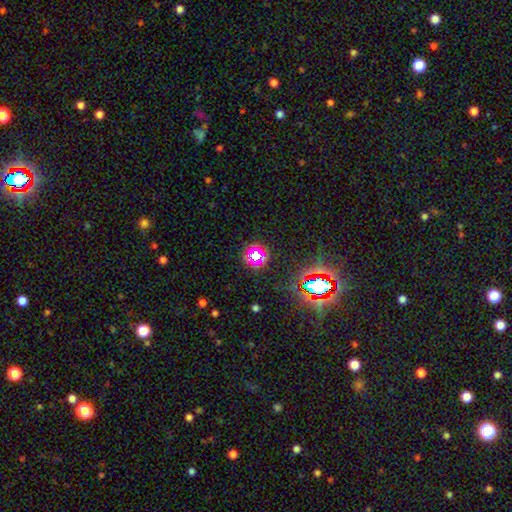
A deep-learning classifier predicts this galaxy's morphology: A star or artifact, not a galaxy (64%).